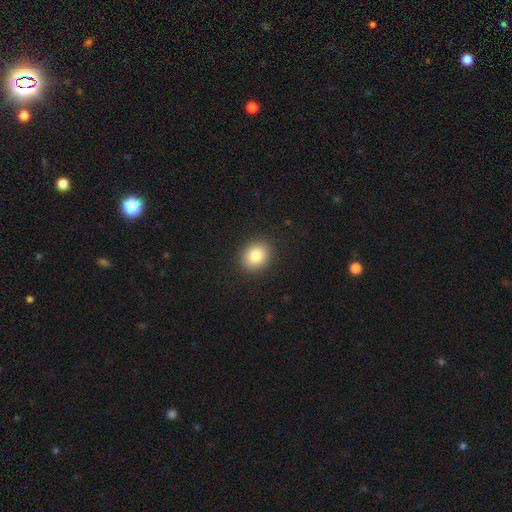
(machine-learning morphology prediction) smooth-or-featured: smooth: 83% | star or artifact: 10% | featured or disk: 7%
  how-rounded: round: 69% | in between: 31% | cigar-shaped: 1%
  merging: none: 91% | minor disturbance: 6% | major disturbance: 2% | merger: 1%